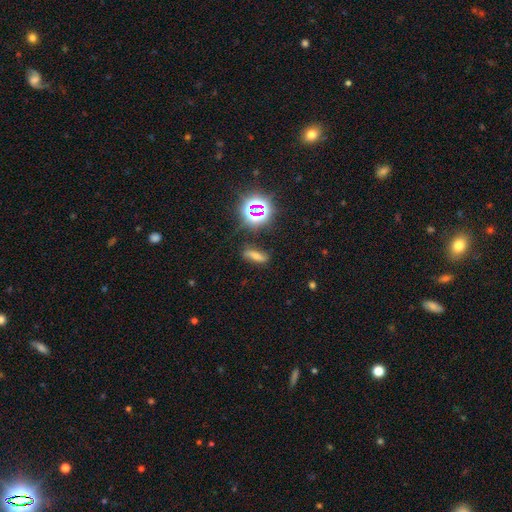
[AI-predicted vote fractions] This appears to be a smooth galaxy with no disk features (51%) that is in between round and cigar-shaped (48%). Merging: none (75%).